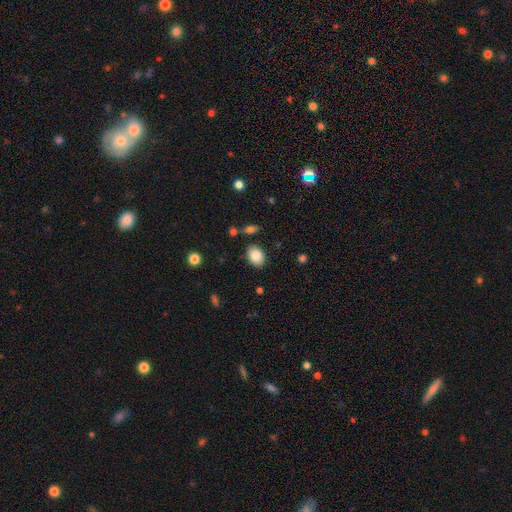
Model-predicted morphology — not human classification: This is clearly a smooth galaxy (86%). How rounded: likely in between (68%). Merging: clearly none (84%).